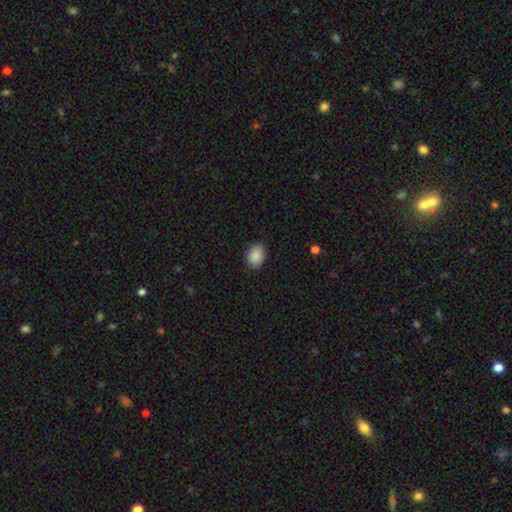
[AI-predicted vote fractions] Q: Smooth or featured?
A: smooth (89%); runner-up: star or artifact (7%)
Q: How rounded?
A: in between (74%); runner-up: round (25%)
Q: Merging?
A: none (84%); runner-up: minor disturbance (12%)